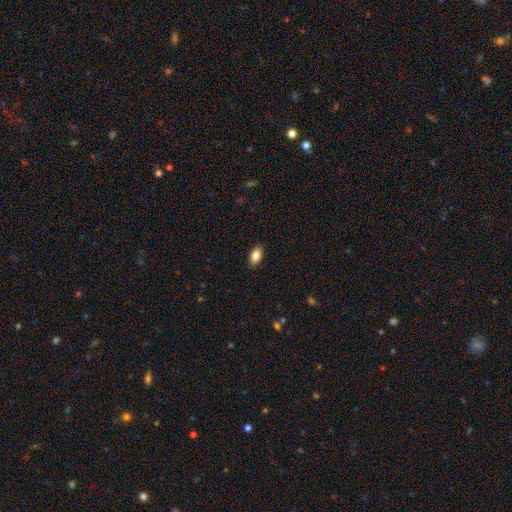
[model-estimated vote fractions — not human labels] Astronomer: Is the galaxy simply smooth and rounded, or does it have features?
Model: smooth — 85%.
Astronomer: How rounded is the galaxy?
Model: in between — 91%.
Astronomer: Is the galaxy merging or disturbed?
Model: none — 89%.